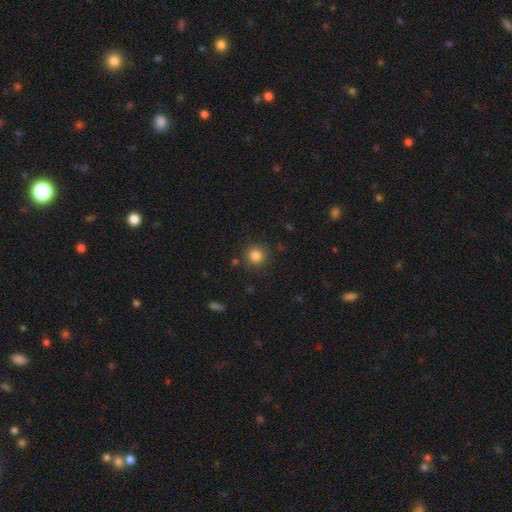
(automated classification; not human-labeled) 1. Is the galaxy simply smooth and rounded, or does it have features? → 83% smooth, 12% star or artifact, 5% featured or disk.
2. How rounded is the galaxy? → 93% round, 6% in between, 1% cigar-shaped.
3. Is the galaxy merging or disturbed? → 88% none, 7% minor disturbance, 3% major disturbance, 2% merger.